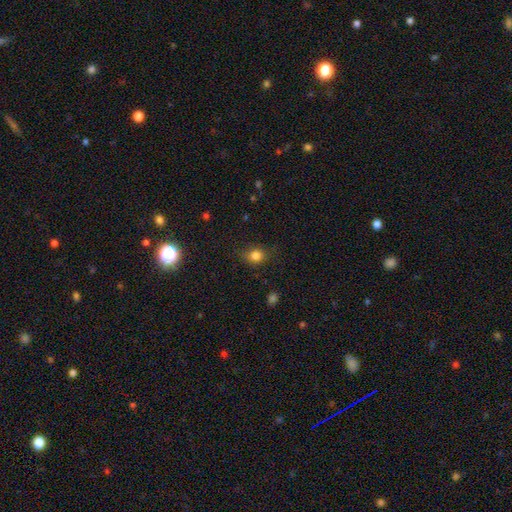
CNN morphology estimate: smooth 81%, star or artifact 13%, featured or disk 6%. Down the decision tree: how rounded — round (72%); merging — none (78%).